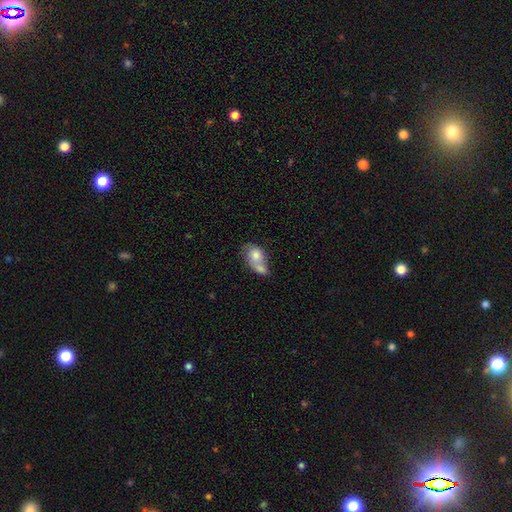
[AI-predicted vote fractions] Smooth or featured? Predicted: smooth (p=0.71). How rounded? Predicted: in between (p=0.66). Merging? Predicted: merger (p=0.63).